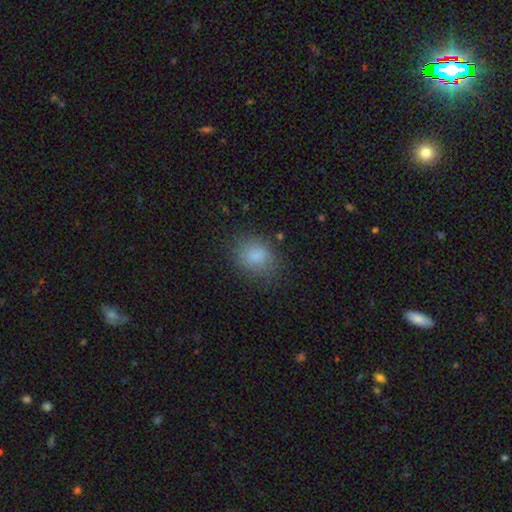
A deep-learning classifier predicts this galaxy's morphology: Smooth or featured?
  - smooth: 82% *
  - star or artifact: 10%
  - featured or disk: 7%
How rounded?
  - in between: 54% *
  - round: 45%
  - cigar-shaped: 1%
Merging?
  - none: 75% *
  - minor disturbance: 17%
  - major disturbance: 6%
  - merger: 2%